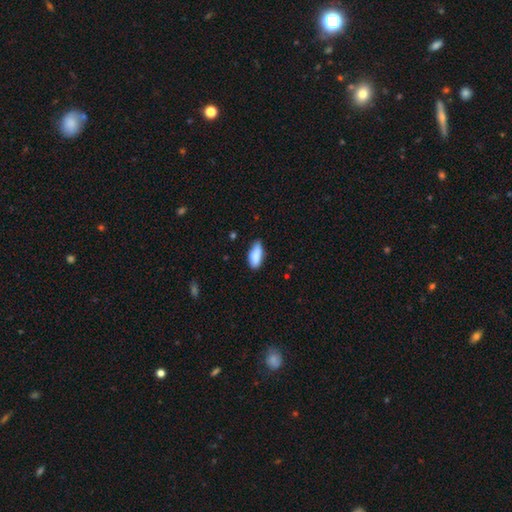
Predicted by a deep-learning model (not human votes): smooth-or-featured: smooth: 86% | featured or disk: 7% | star or artifact: 7%
  how-rounded: in between: 82% | cigar-shaped: 16% | round: 2%
  merging: none: 67% | minor disturbance: 27% | major disturbance: 4% | merger: 2%